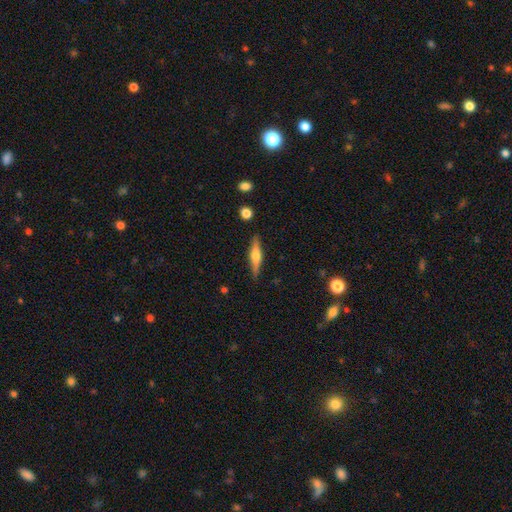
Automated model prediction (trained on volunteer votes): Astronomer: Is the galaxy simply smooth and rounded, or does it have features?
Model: featured or disk — 58% (runner-up: smooth, 36%).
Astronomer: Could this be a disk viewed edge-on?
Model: yes — 96%.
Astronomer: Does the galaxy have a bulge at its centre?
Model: rounded — 87%.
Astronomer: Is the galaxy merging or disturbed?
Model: none — 87%.